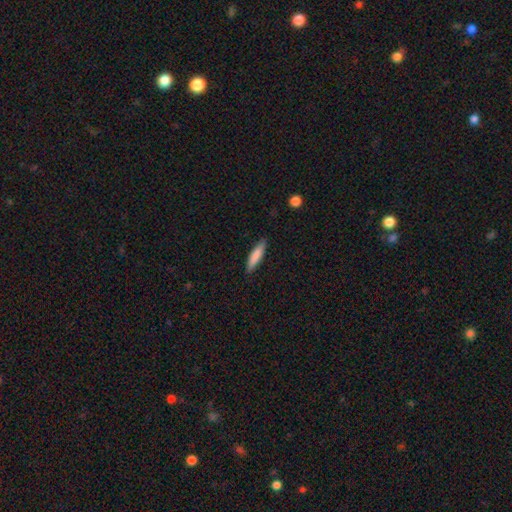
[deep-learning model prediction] smooth_or_featured: smooth (p=0.81) [alt: featured or disk p=0.13]
how_rounded: cigar-shaped (p=0.80) [alt: in between p=0.19]
merging: none (p=0.87) [alt: minor disturbance p=0.10]